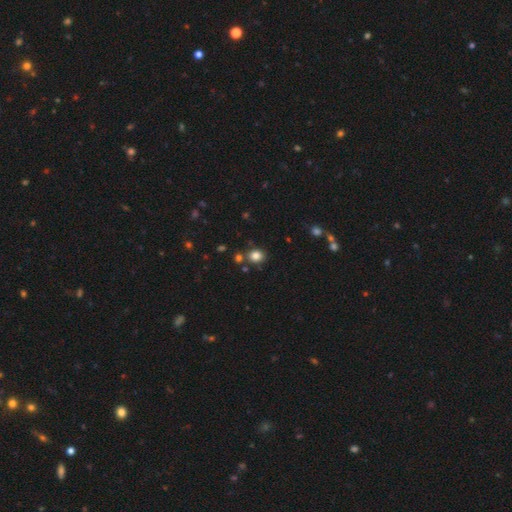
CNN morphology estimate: Smooth or featured?
  - smooth: 82% *
  - star or artifact: 12%
  - featured or disk: 6%
How rounded?
  - round: 71% *
  - in between: 28%
  - cigar-shaped: 1%
Merging?
  - none: 79% *
  - minor disturbance: 10%
  - merger: 9%
  - major disturbance: 3%